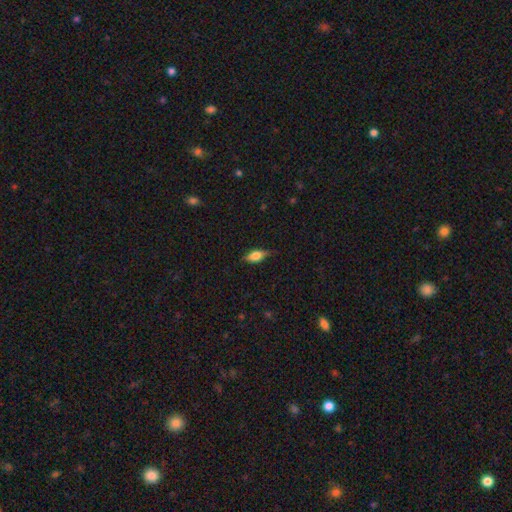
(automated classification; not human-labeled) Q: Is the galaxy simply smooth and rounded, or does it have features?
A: smooth — 60%.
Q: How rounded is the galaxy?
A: in between — 76%.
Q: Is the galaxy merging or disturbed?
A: none — 75%.